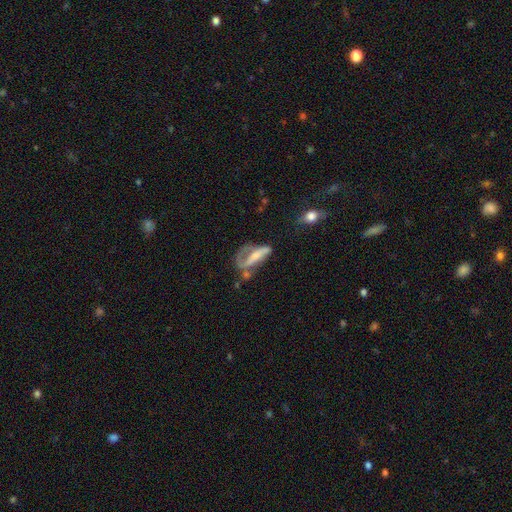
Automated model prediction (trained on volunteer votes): Overall: featured or disk (58%; smooth 34%). Edge-on disk: no (79%). Merging: major disturbance (37%; none 29%).